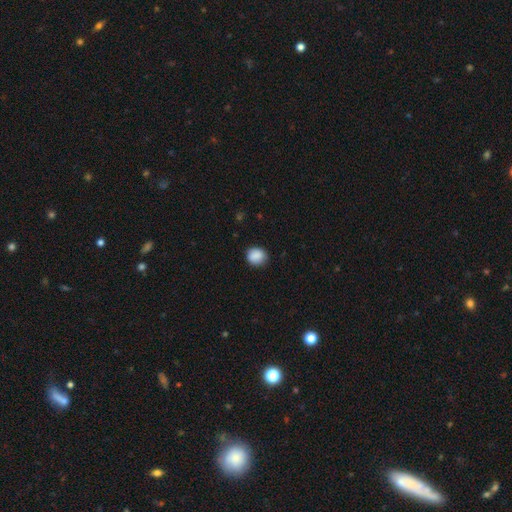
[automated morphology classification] Smooth or featured?
  - smooth: 88% *
  - star or artifact: 8%
  - featured or disk: 4%
How rounded?
  - round: 78% *
  - in between: 21%
  - cigar-shaped: 1%
Merging?
  - none: 81% *
  - minor disturbance: 15%
  - major disturbance: 3%
  - merger: 1%